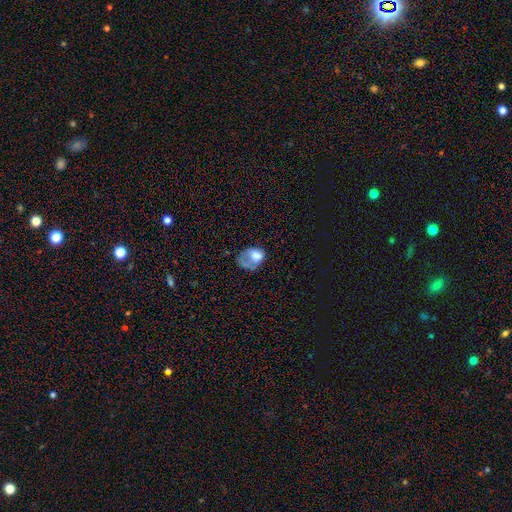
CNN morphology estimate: Smooth or featured?
  - smooth: 56% *
  - featured or disk: 33%
  - star or artifact: 12%
How rounded?
  - in between: 66% *
  - round: 33%
  - cigar-shaped: 1%
Merging?
  - major disturbance: 44% *
  - none: 24%
  - minor disturbance: 24%
  - merger: 8%